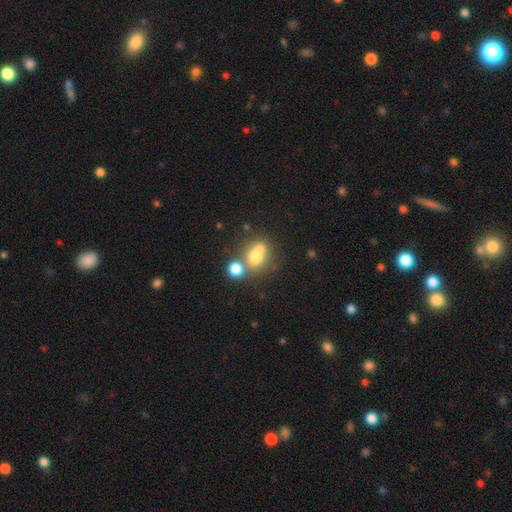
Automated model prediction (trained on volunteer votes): This is likely a smooth galaxy (68%). How rounded: possibly round (60%). Merging: possibly merger (45%).